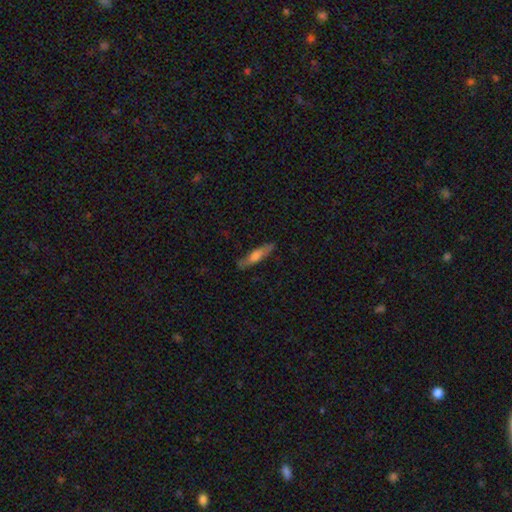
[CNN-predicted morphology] The model was most divided on "smooth or featured": smooth: 57%, featured or disk: 37%, star or artifact: 6%. More confident: merging — none (80%); how rounded — cigar-shaped (75%).